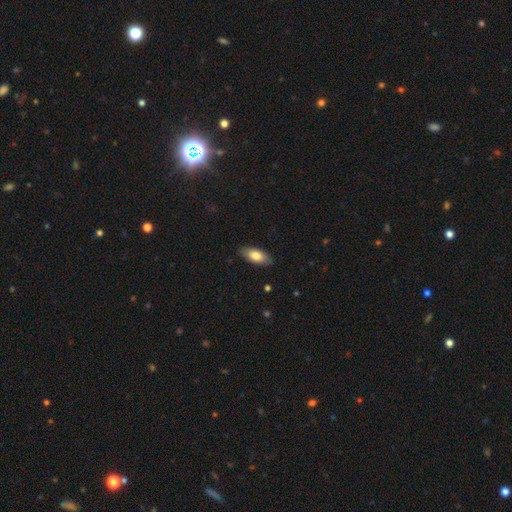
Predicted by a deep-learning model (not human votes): This appears to be a smooth galaxy with no disk features (80%) that is in between round and cigar-shaped (86%). Merging: none (87%).